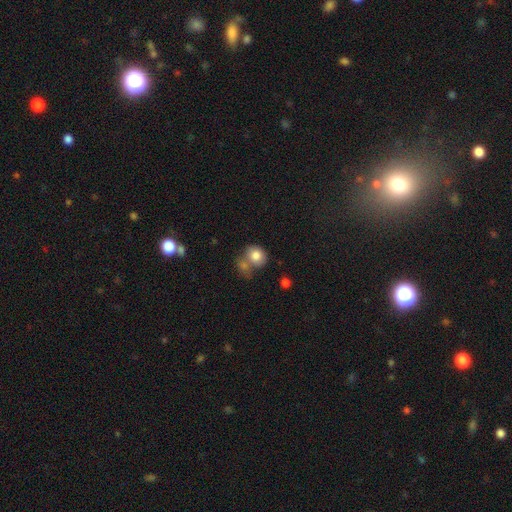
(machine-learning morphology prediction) smooth 81%, featured or disk 11%, star or artifact 9%. Down the decision tree: how rounded — round (70%); merging — none (41%).